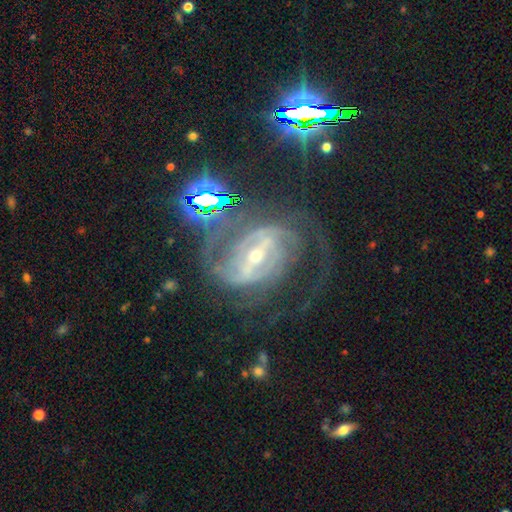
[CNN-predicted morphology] type=featured or disk (85%); edge-on=no (95%); bar=strong (63%); spiral arms=yes (94%); winding=medium (48%); arm count=2 (68%); bulge=small (60%); merging=none (53%).